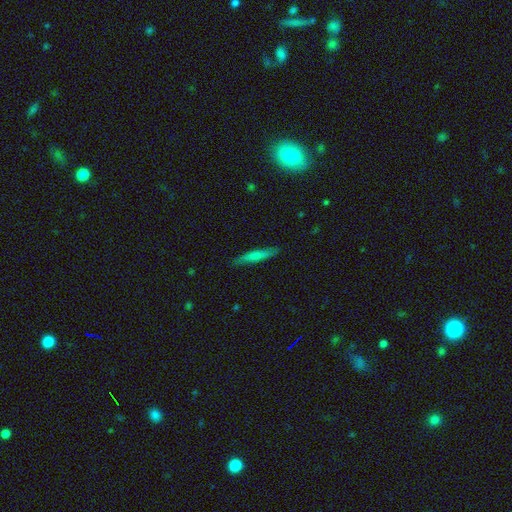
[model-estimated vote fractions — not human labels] Smooth or featured? smooth (68%)
How rounded? cigar-shaped (91%)
Merging? none (87%)